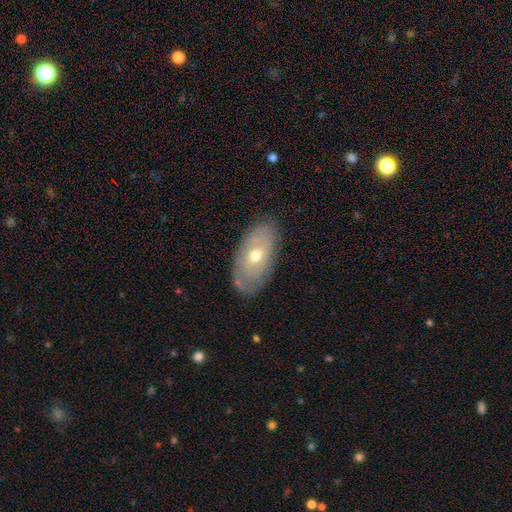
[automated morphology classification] Smooth or featured? Predicted: featured or disk (p=0.51). Edge-on disk? Predicted: no (p=0.84). Merging? Predicted: none (p=0.79).